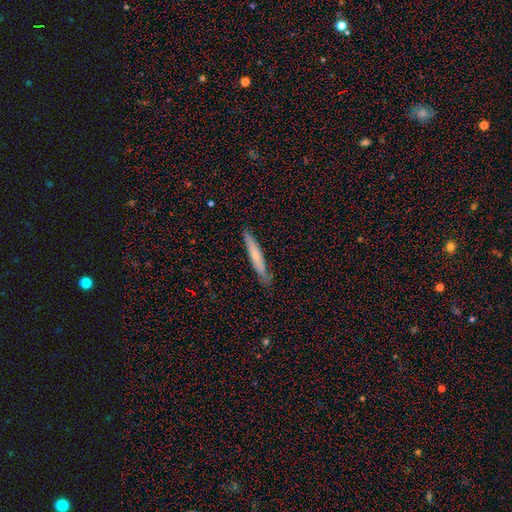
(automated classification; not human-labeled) Smooth or featured: smooth — 59% (featured or disk — 35%)
How rounded: cigar-shaped — 94% (in between — 5%)
Merging: none — 83% (minor disturbance — 14%)